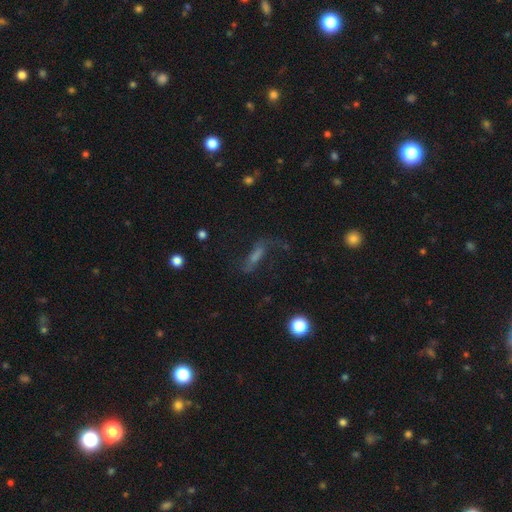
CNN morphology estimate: Smooth or featured: featured or disk — 56% (smooth — 26%)
Edge-on disk: no — 75% (yes — 25%)
Merging: none — 59% (major disturbance — 21%)